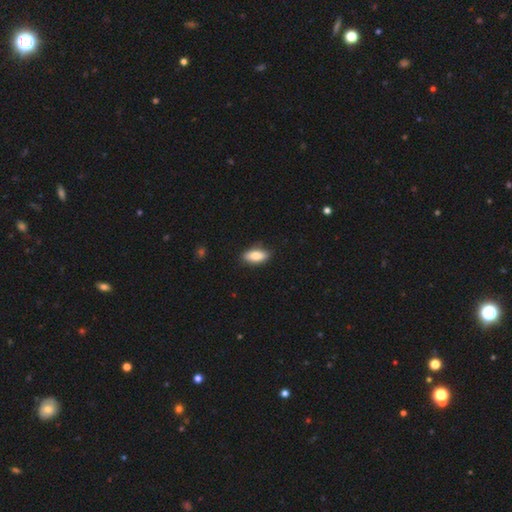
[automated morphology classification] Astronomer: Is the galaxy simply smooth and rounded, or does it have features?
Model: smooth — 80%.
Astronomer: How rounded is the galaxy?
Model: in between — 85%.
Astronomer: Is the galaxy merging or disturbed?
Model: none — 87%.